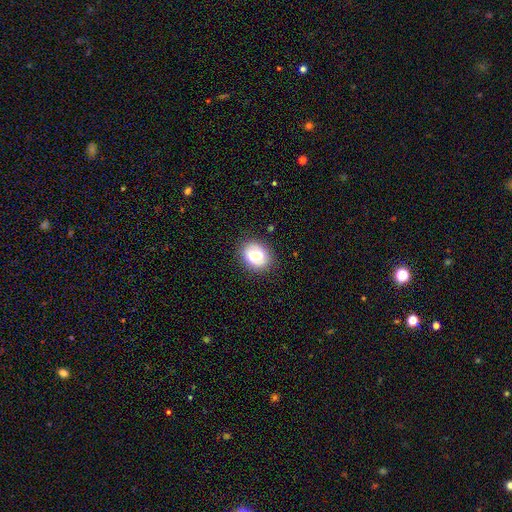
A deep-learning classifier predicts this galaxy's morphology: Smooth or featured? Predicted: smooth (p=0.76). How rounded? Predicted: round (p=0.50). Merging? Predicted: none (p=0.86).